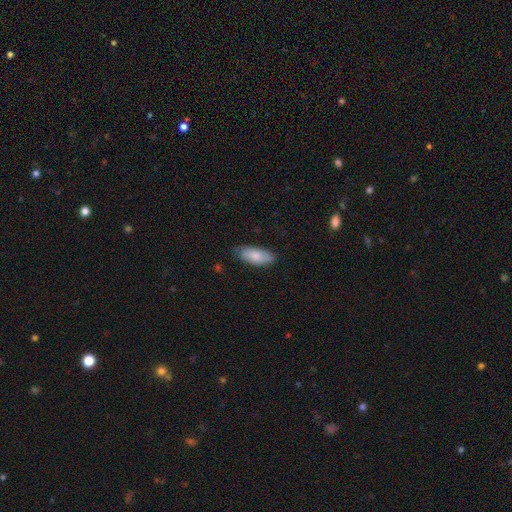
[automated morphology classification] A smooth galaxy with no disk features (79%) that is in between round and cigar-shaped (85%).

Vote fractions:
- Smooth or featured? smooth: 79% / featured or disk: 15% / star or artifact: 6%
- How rounded? in between: 85% / cigar-shaped: 13% / round: 2%
- Merging? none: 77% / minor disturbance: 19% / major disturbance: 3% / merger: 1%